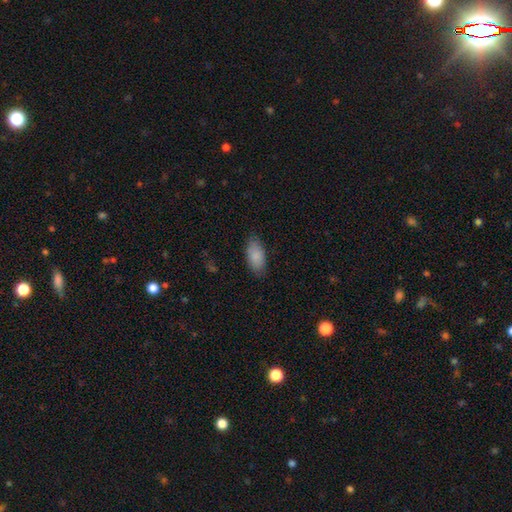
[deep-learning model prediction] Q: Smooth or featured?
A: smooth (88%); runner-up: featured or disk (6%)
Q: How rounded?
A: in between (93%); runner-up: cigar-shaped (4%)
Q: Merging?
A: none (83%); runner-up: minor disturbance (13%)